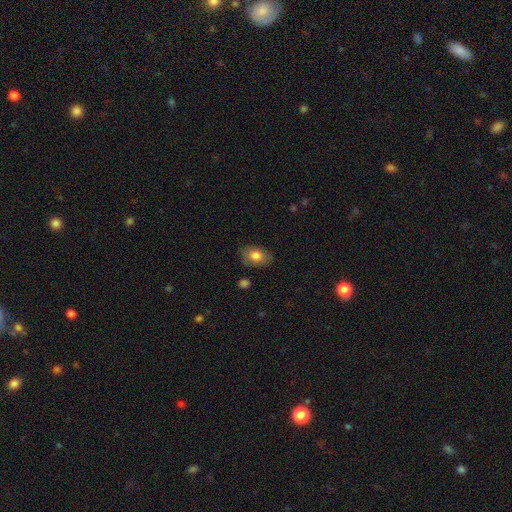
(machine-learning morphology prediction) Q: Smooth or featured?
A: smooth (78%); runner-up: featured or disk (15%)
Q: How rounded?
A: in between (83%); runner-up: round (16%)
Q: Merging?
A: none (77%); runner-up: minor disturbance (17%)